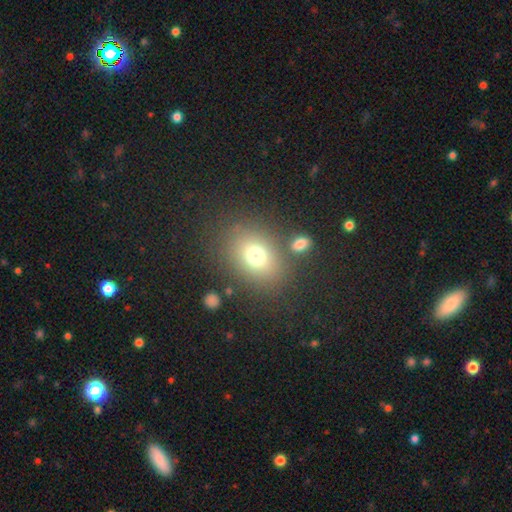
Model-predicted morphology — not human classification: smooth 73%, star or artifact 14%, featured or disk 13%. Down the decision tree: how rounded — in between (53%); merging — none (74%).